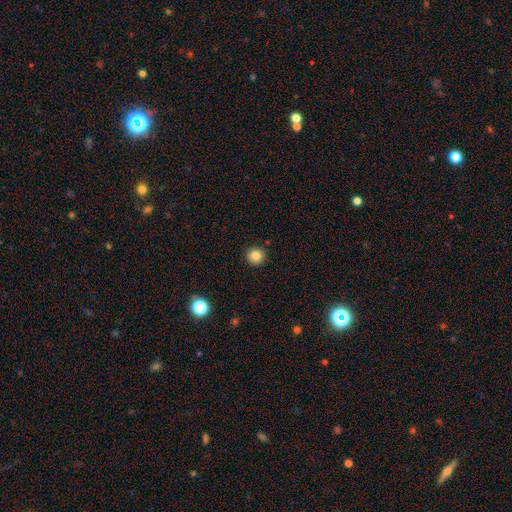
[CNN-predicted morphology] A smooth galaxy with no disk features (84%) that is round (95%). Merging: none (92%).